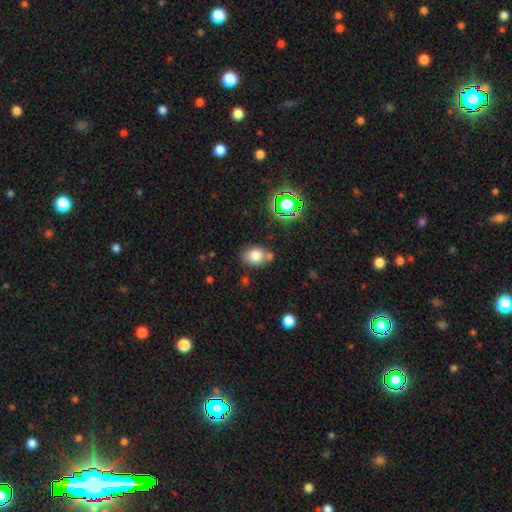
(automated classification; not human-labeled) Smooth or featured: smooth — 77% (star or artifact — 13%)
How rounded: in between — 62% (round — 37%)
Merging: none — 68% (minor disturbance — 16%)